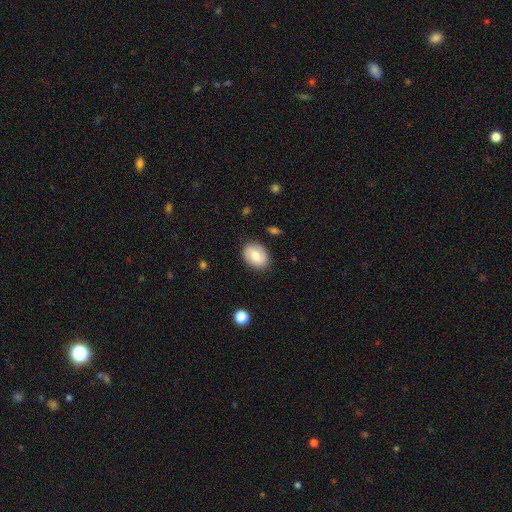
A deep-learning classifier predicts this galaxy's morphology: Smooth or featured? smooth (69%)
How rounded? in between (73%)
Merging? none (83%)